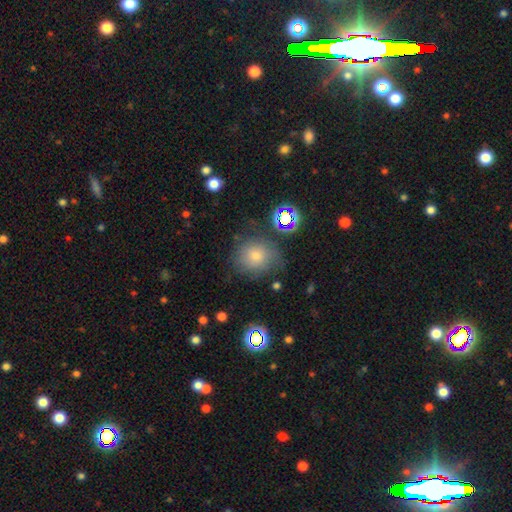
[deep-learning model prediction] Smooth or featured: smooth — 61% (star or artifact — 24%)
How rounded: round — 82% (in between — 17%)
Merging: none — 71% (minor disturbance — 18%)